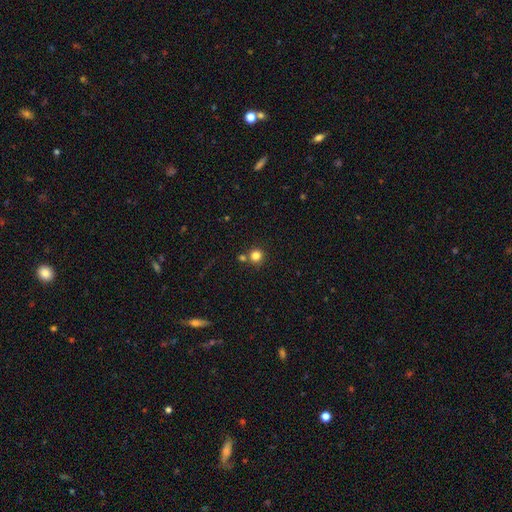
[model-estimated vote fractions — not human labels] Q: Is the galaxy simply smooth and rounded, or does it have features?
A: smooth — 82%.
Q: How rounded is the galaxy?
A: round — 92%.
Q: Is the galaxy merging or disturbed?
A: none — 74%.